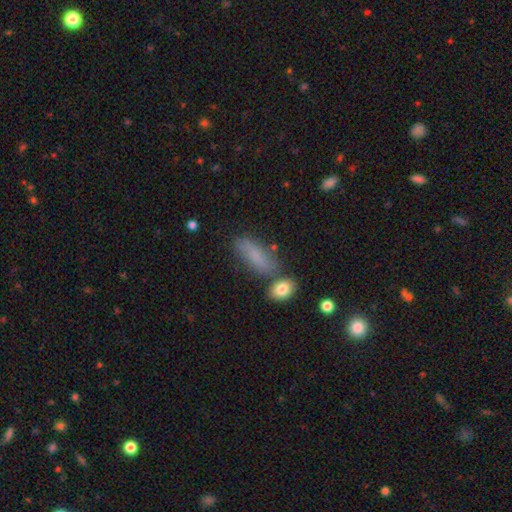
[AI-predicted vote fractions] smooth-or-featured: smooth: 74% | featured or disk: 16% | star or artifact: 10%
  how-rounded: in between: 60% | cigar-shaped: 36% | round: 4%
  merging: none: 64% | minor disturbance: 19% | merger: 10% | major disturbance: 6%